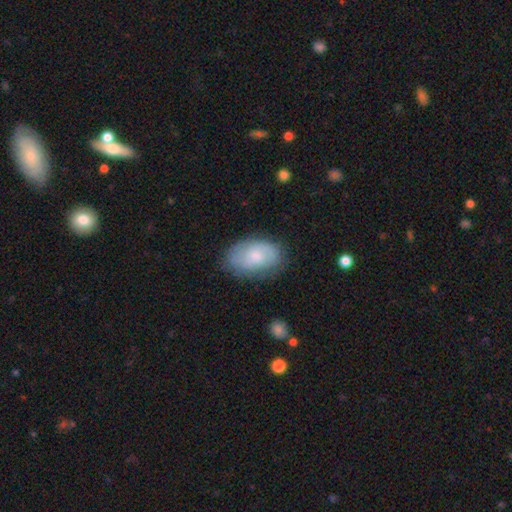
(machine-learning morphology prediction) Smooth or featured: smooth — 58% (featured or disk — 35%)
How rounded: in between — 90% (round — 8%)
Merging: none — 74% (minor disturbance — 19%)